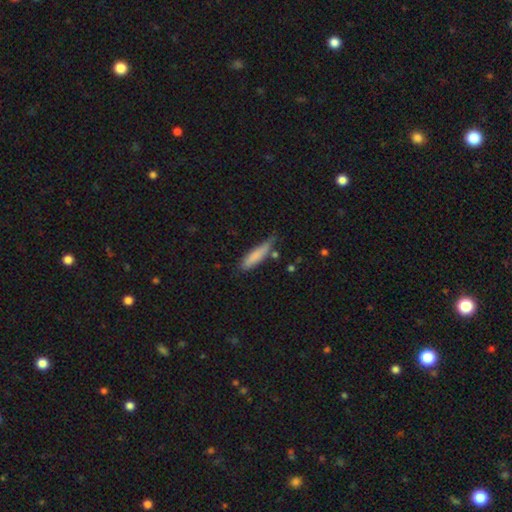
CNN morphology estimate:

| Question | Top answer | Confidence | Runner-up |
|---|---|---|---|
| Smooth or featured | smooth | 80% | featured or disk (13%) |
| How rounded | cigar-shaped | 78% | in between (21%) |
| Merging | none | 58% | minor disturbance (31%) |